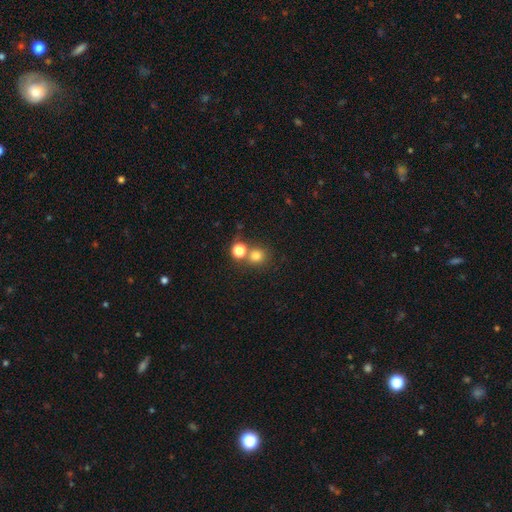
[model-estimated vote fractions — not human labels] smooth_or_featured: smooth (p=0.76) [alt: star or artifact p=0.16]
how_rounded: round (p=0.88) [alt: in between p=0.11]
merging: none (p=0.62) [alt: merger p=0.27]